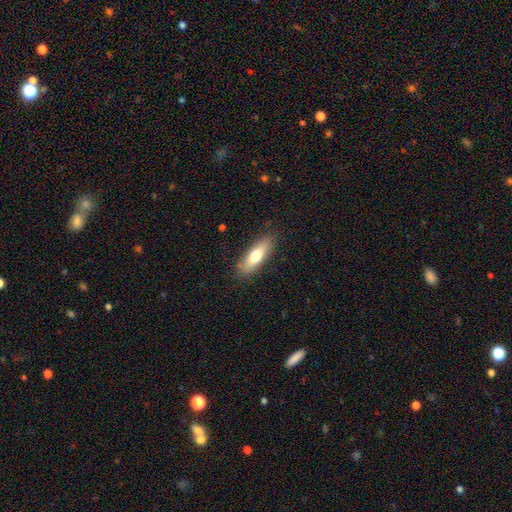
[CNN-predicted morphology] Q: Smooth or featured?
A: smooth (70%); runner-up: featured or disk (24%)
Q: How rounded?
A: cigar-shaped (50%); runner-up: in between (48%)
Q: Merging?
A: none (85%); runner-up: minor disturbance (11%)